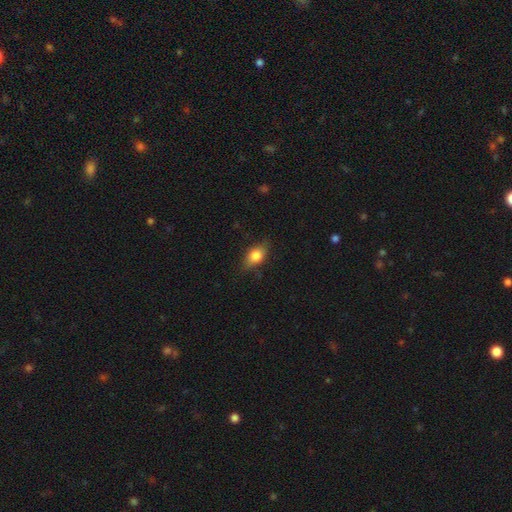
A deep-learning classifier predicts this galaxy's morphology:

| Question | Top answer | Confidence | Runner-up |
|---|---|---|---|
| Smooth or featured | smooth | 79% | featured or disk (13%) |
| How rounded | in between | 78% | round (18%) |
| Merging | none | 76% | minor disturbance (19%) |